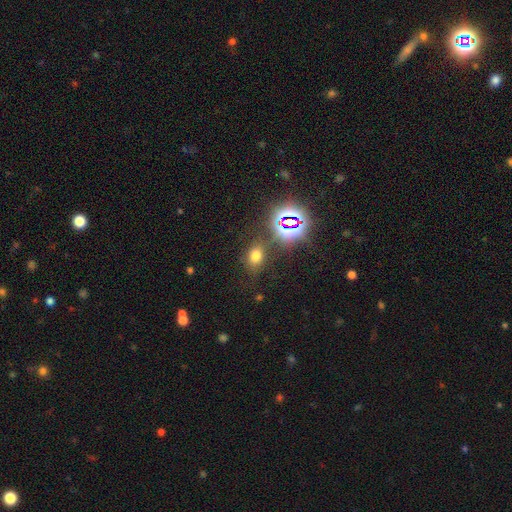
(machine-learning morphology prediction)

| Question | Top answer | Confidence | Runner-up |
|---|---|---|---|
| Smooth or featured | smooth | 61% | star or artifact (30%) |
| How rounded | in between | 67% | round (31%) |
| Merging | none | 78% | minor disturbance (12%) |